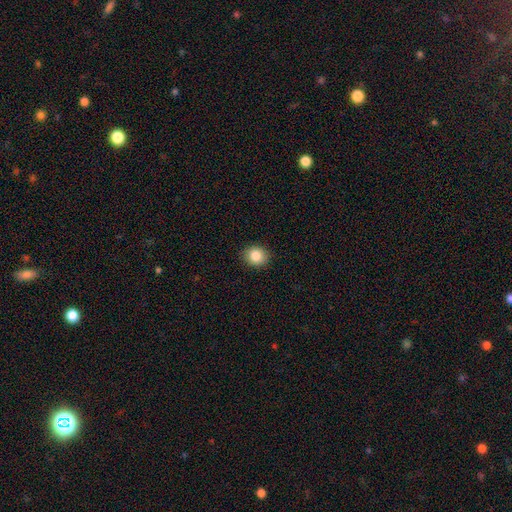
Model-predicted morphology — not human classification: A smooth galaxy with no disk features (85%) that is round (68%). Merging: none (89%).